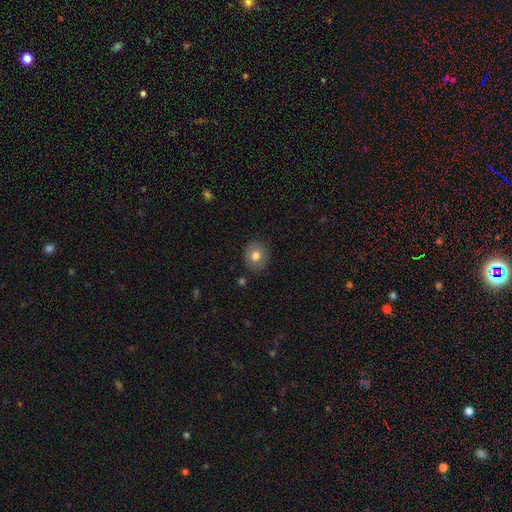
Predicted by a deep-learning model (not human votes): Smooth or featured: smooth — 75% (featured or disk — 16%)
How rounded: round — 75% (in between — 25%)
Merging: none — 87% (minor disturbance — 9%)